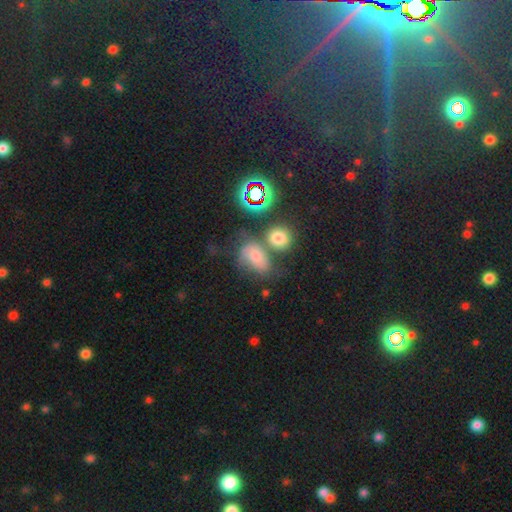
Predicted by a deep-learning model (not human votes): The model was most divided on "merging": none: 39%, merger: 28%, minor disturbance: 20%, major disturbance: 13%. Remaining: smooth or featured — smooth (46%).